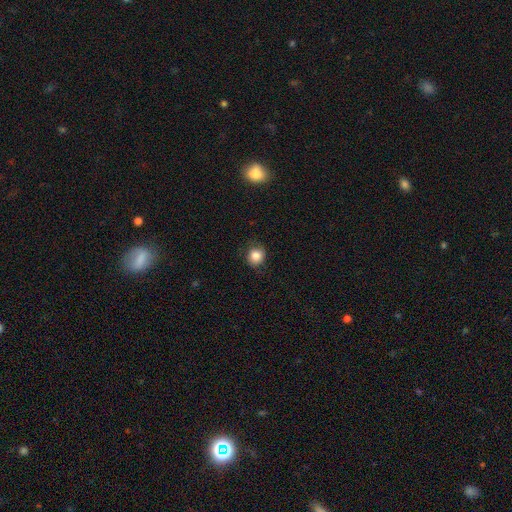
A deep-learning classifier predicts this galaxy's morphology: type=smooth (85%); roundness=round (83%); merging=none (80%).